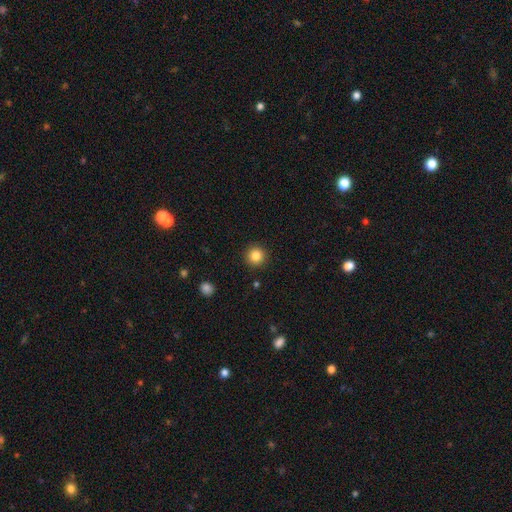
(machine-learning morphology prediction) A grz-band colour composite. It shows a smooth galaxy with no disk features (84%) that is round (95%). Merging: none (91%).